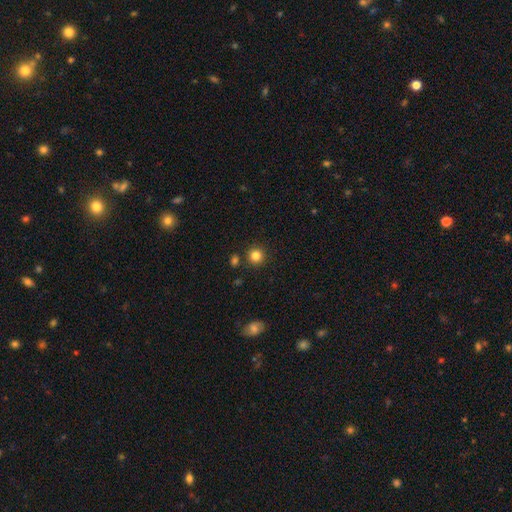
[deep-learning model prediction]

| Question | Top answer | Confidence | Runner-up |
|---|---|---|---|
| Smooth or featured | smooth | 83% | star or artifact (12%) |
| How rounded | round | 93% | in between (6%) |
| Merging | none | 87% | minor disturbance (6%) |